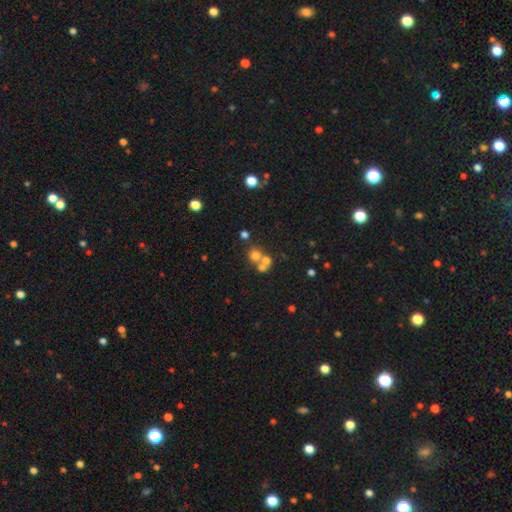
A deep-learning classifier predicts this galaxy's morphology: smooth 50%, star or artifact 32%, featured or disk 19%. Down the decision tree: merging — none (45%).